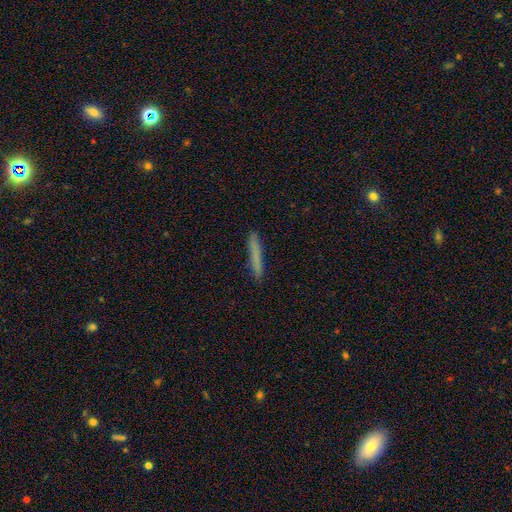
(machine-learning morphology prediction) type=smooth (75%); roundness=cigar-shaped (96%); merging=none (91%).